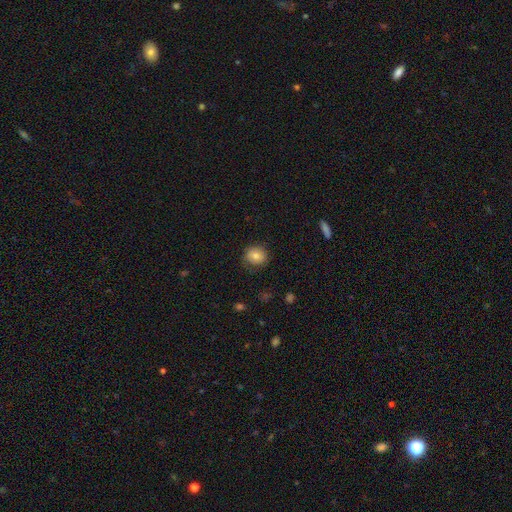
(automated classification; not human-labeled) smooth 77%, featured or disk 14%, star or artifact 10%. Down the decision tree: how rounded — round (84%); merging — none (80%).